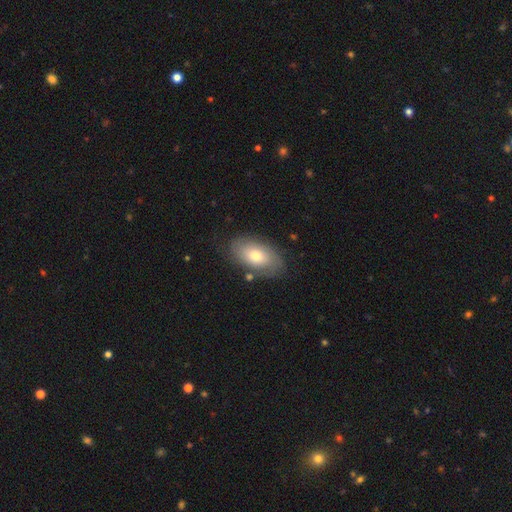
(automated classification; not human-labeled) Smooth or featured?
  - smooth: 63% *
  - featured or disk: 30%
  - star or artifact: 7%
How rounded?
  - in between: 92% *
  - round: 6%
  - cigar-shaped: 2%
Merging?
  - none: 75% *
  - minor disturbance: 17%
  - major disturbance: 5%
  - merger: 3%